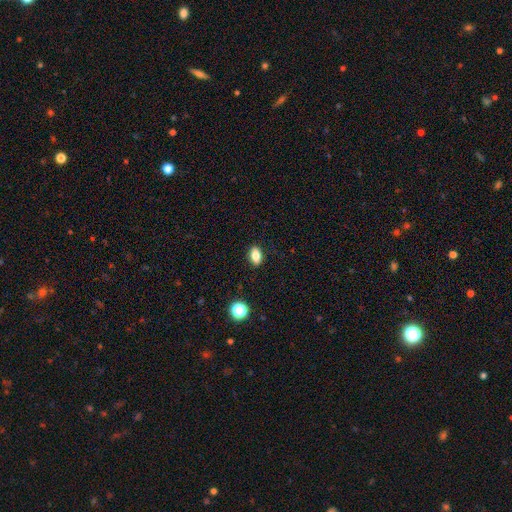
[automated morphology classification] smooth_or_featured: smooth (p=0.82) [alt: star or artifact p=0.10]
how_rounded: in between (p=0.86) [alt: round p=0.11]
merging: none (p=0.88) [alt: minor disturbance p=0.09]